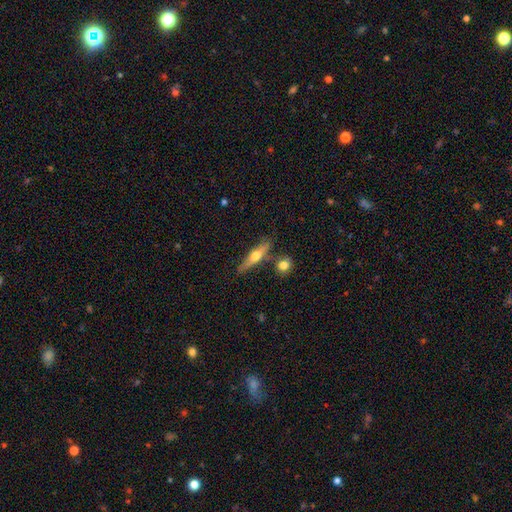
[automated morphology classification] featured or disk 52%, smooth 42%, star or artifact 6%. Down the decision tree: edge-on disk — yes (91%); merging — none (75%).